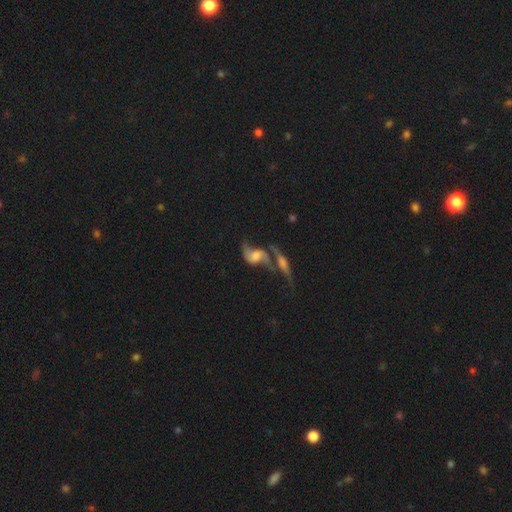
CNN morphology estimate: Smooth or featured? Predicted: featured or disk (p=0.72). Edge-on disk? Predicted: no (p=0.92). Bar? Predicted: no (p=0.50). Spiral arms? Predicted: yes (p=0.89). Spiral winding? Predicted: loose (p=0.68). Spiral arm count? Predicted: 2 (p=0.84). Bulge size? Predicted: moderate (p=0.38). Merging? Predicted: merger (p=0.50).